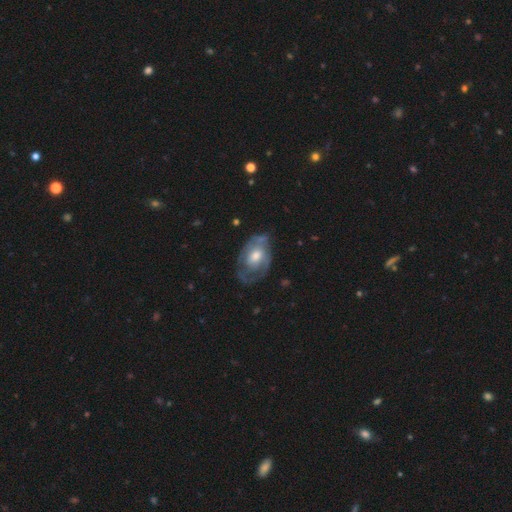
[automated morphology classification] type=featured or disk (67%); edge-on=no (95%); bar=no (70%); spiral arms=yes (68%); bulge=moderate (64%); merging=none (53%).